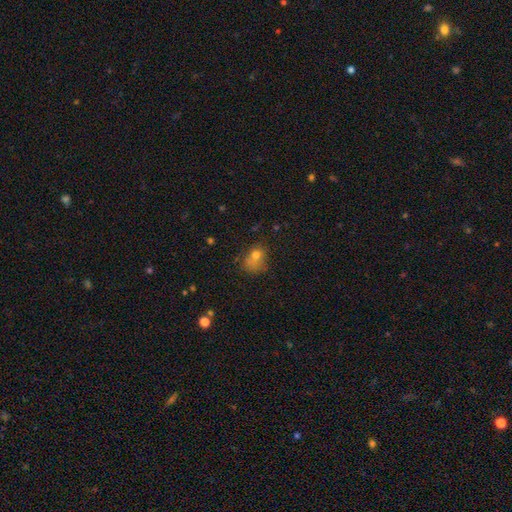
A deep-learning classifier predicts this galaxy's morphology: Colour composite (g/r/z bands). It shows a smooth galaxy with no disk features (69%) that is in between round and cigar-shaped (53%). Merging: none (42%).